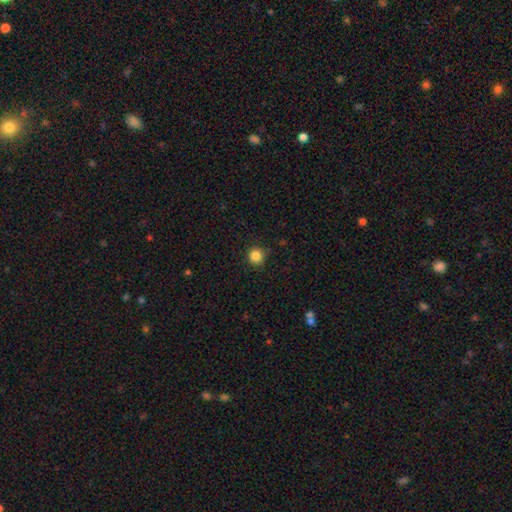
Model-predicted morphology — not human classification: smooth-or-featured: smooth: 85% | star or artifact: 12% | featured or disk: 4%
  how-rounded: round: 93% | in between: 6% | cigar-shaped: 1%
  merging: none: 86% | minor disturbance: 10% | major disturbance: 2% | merger: 1%